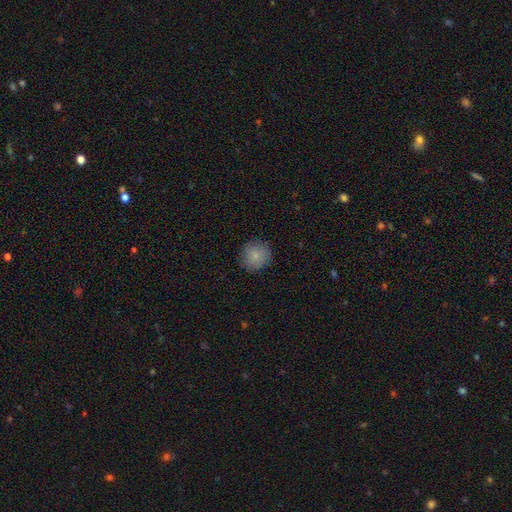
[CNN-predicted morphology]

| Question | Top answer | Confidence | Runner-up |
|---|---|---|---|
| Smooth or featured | smooth | 85% | star or artifact (9%) |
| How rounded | round | 89% | in between (10%) |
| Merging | none | 86% | minor disturbance (11%) |